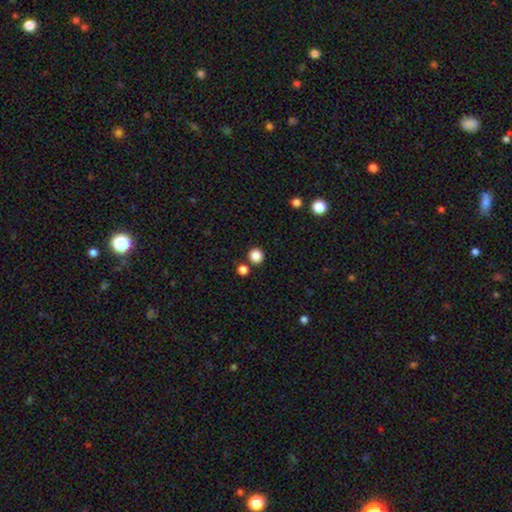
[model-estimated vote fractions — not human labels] A smooth galaxy with no disk features (86%) that is round (94%). Merging: none (83%).